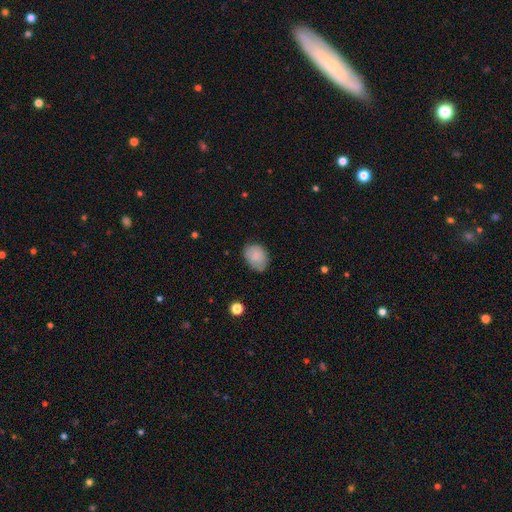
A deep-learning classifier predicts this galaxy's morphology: Smooth or featured?
  - smooth: 84% *
  - featured or disk: 8%
  - star or artifact: 8%
How rounded?
  - in between: 70% *
  - round: 29%
  - cigar-shaped: 1%
Merging?
  - none: 71% *
  - minor disturbance: 23%
  - major disturbance: 5%
  - merger: 2%